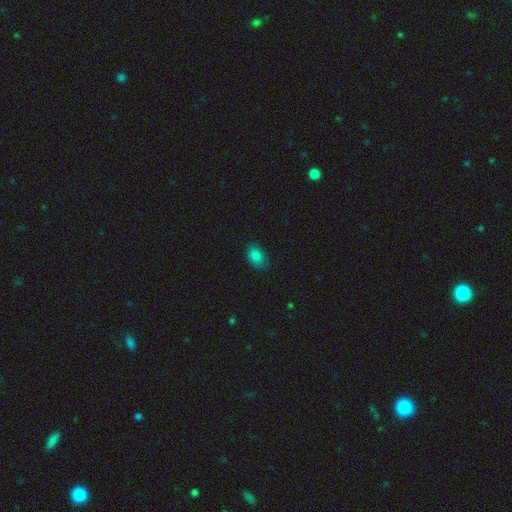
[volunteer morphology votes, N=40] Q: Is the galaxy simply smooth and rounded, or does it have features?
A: smooth — 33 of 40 (82%).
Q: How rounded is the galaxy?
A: in between — 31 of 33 (94%).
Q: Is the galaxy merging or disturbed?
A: none — 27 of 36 (75%).